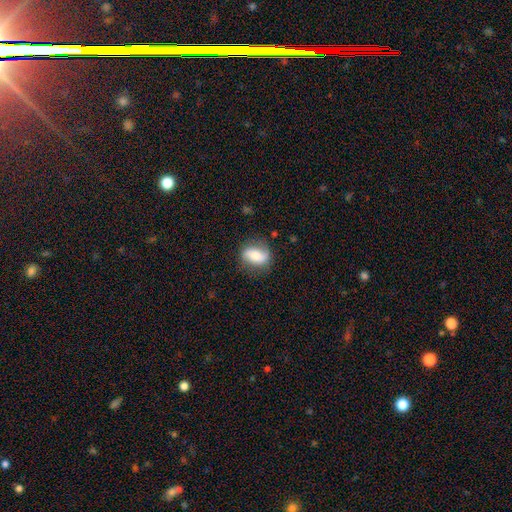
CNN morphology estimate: This is possibly a smooth galaxy (51%). How rounded: likely in between (73%). Merging: likely none (74%).